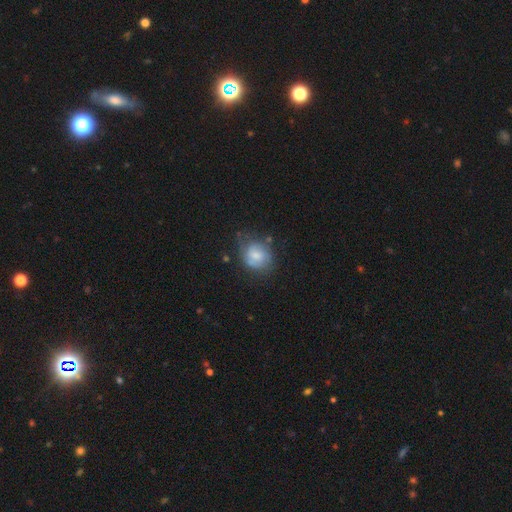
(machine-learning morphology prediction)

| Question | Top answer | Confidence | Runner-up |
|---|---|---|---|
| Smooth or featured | smooth | 58% | featured or disk (34%) |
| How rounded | round | 66% | in between (33%) |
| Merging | none | 54% | minor disturbance (29%) |